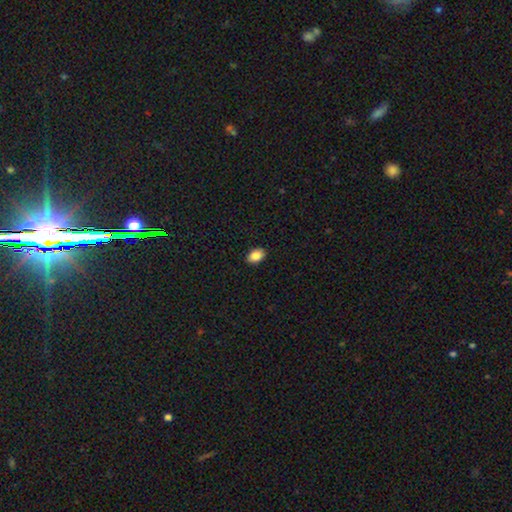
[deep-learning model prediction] Smooth or featured? Predicted: smooth (p=0.86). How rounded? Predicted: in between (p=0.83). Merging? Predicted: none (p=0.91).